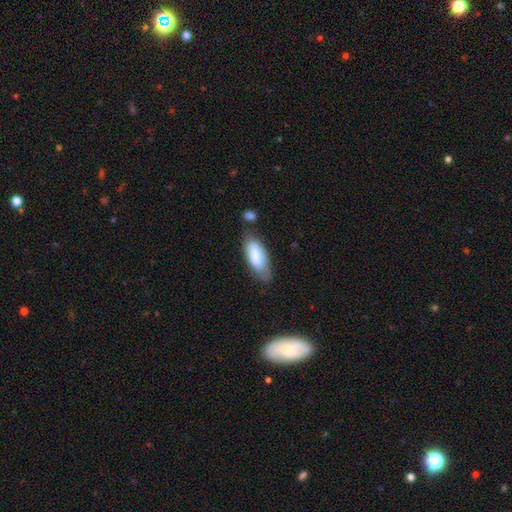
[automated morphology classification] A smooth galaxy with no disk features (73%) that is in between round and cigar-shaped (78%).

Vote fractions:
- Smooth or featured? smooth: 73% / featured or disk: 20% / star or artifact: 7%
- How rounded? in between: 78% / cigar-shaped: 21% / round: 2%
- Merging? none: 57% / minor disturbance: 27% / merger: 8% / major disturbance: 8%